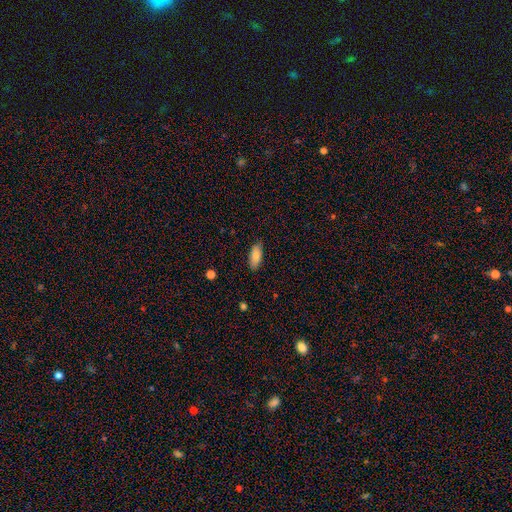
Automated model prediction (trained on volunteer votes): The model was most divided on "how rounded": in between: 79%, cigar-shaped: 19%, round: 2%. More confident: merging — none (86%); smooth or featured — smooth (84%).